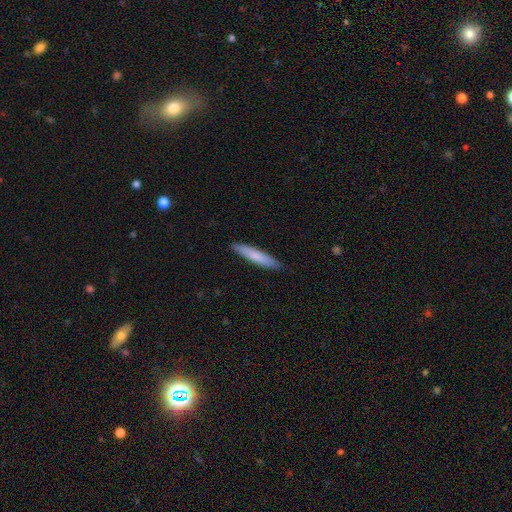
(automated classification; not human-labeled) Smooth or featured: smooth — 78% (featured or disk — 17%)
How rounded: cigar-shaped — 91% (in between — 8%)
Merging: none — 89% (minor disturbance — 8%)